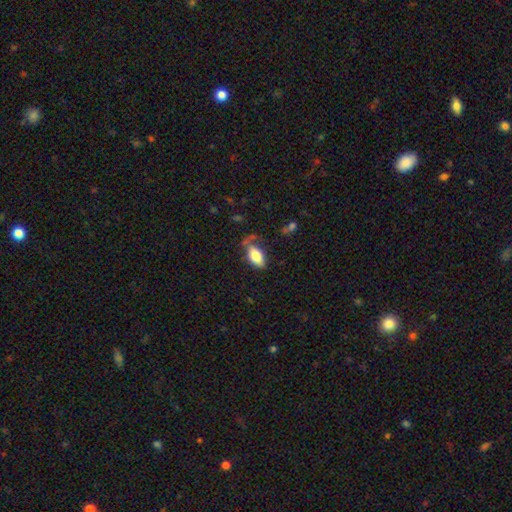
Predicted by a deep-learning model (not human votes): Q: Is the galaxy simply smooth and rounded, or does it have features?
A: smooth — 80%.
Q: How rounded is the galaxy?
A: in between — 92%.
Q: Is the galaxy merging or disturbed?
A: none — 55%.